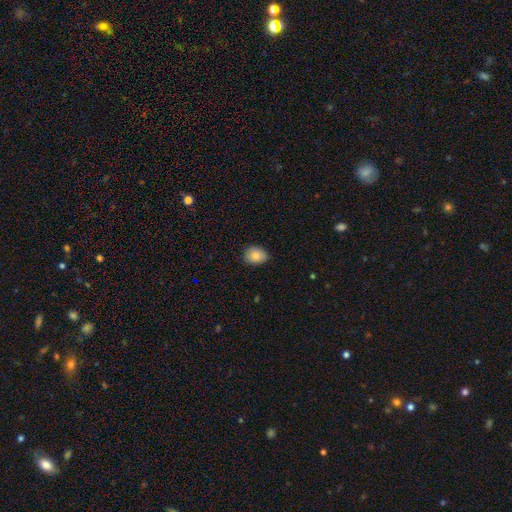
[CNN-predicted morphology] smooth_or_featured: smooth (p=0.84) [alt: star or artifact p=0.08]
how_rounded: in between (p=0.59) [alt: round p=0.40]
merging: none (p=0.85) [alt: minor disturbance p=0.13]